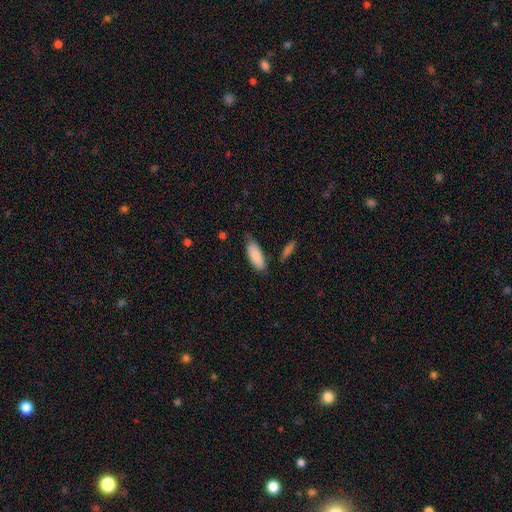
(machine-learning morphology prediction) smooth-or-featured: smooth: 86% | featured or disk: 8% | star or artifact: 6%
  how-rounded: in between: 77% | cigar-shaped: 21% | round: 2%
  merging: none: 72% | minor disturbance: 20% | merger: 4% | major disturbance: 4%